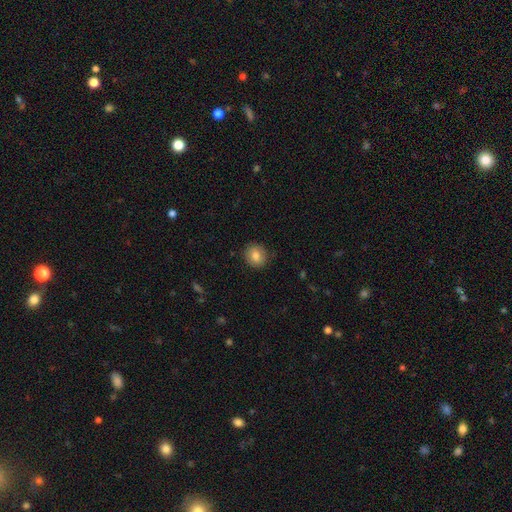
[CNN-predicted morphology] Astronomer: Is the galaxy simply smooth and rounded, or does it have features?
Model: smooth — 82%.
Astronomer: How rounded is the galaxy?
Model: round — 83%.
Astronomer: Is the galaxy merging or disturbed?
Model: none — 88%.